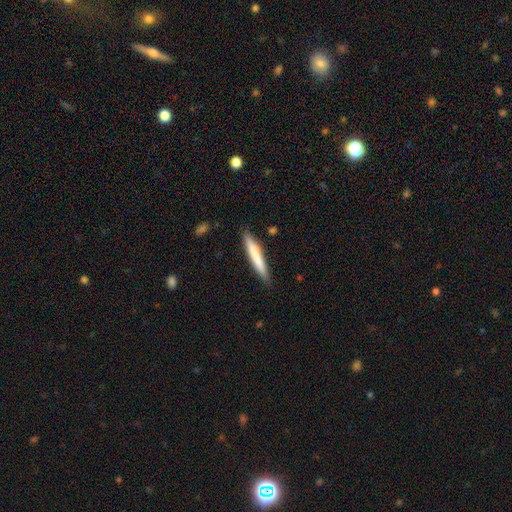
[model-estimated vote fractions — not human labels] Q: Smooth or featured?
A: smooth (71%); runner-up: featured or disk (24%)
Q: How rounded?
A: cigar-shaped (95%); runner-up: in between (4%)
Q: Merging?
A: none (86%); runner-up: minor disturbance (11%)